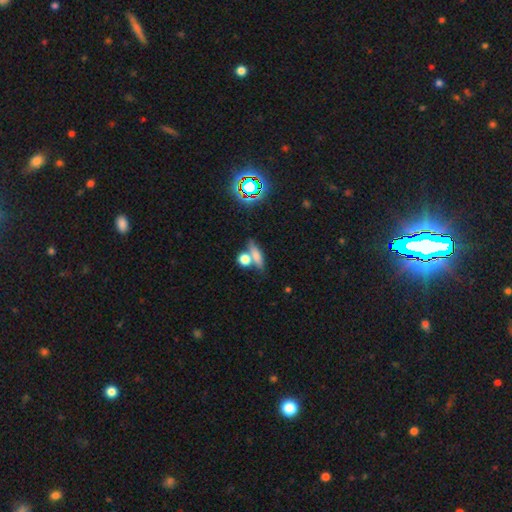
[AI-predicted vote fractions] Q: Smooth or featured?
A: smooth (64%); runner-up: featured or disk (21%)
Q: How rounded?
A: cigar-shaped (45%); runner-up: in between (33%)
Q: Merging?
A: none (57%); runner-up: merger (28%)